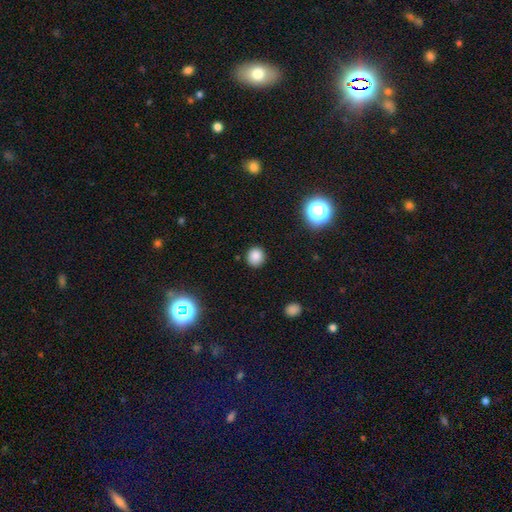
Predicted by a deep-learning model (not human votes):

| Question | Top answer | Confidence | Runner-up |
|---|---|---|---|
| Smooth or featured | smooth | 84% | star or artifact (12%) |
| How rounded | round | 88% | in between (11%) |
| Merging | none | 89% | minor disturbance (7%) |